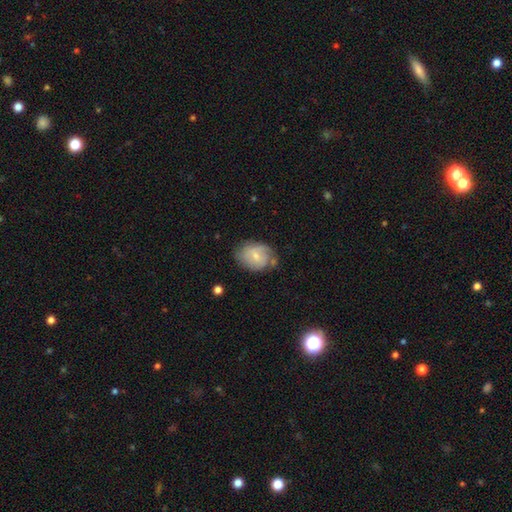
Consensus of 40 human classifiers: Overall: featured or disk (50%; smooth 48%). Edge-on disk: no (100%). Bar: no (55%; weak 35%). Spiral arms: yes (85%). Spiral arm count: can't tell (47%; 2 24%). Spiral winding: tight (47%; medium 29%). Bulge size: small (55%; moderate 40%). Merging: none (46%; minor disturbance 31%).